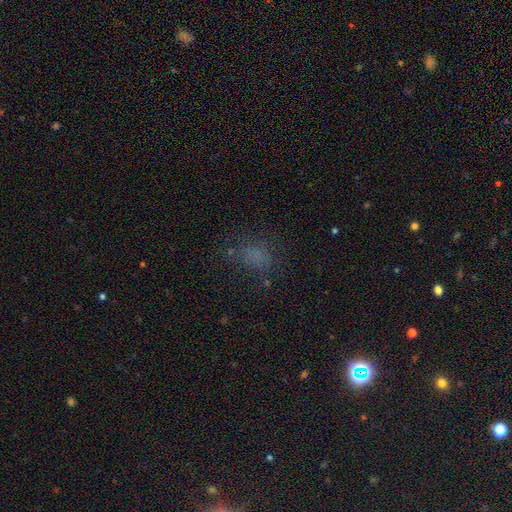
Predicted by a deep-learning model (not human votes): A smooth galaxy with no disk features (64%) that is in between round and cigar-shaped (61%). Merging: none (65%).